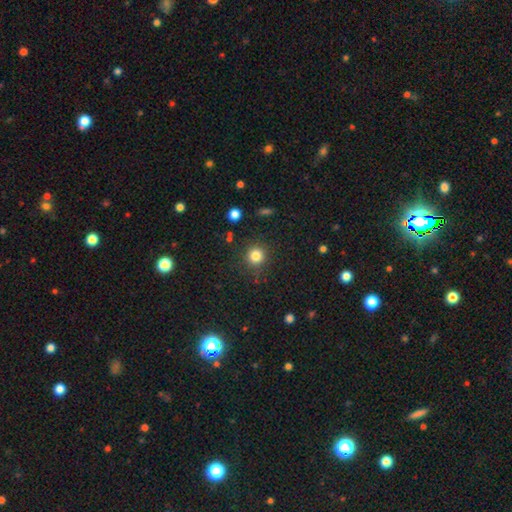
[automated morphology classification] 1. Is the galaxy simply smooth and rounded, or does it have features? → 82% smooth, 13% star or artifact, 5% featured or disk.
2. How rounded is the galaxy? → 93% round, 6% in between, 1% cigar-shaped.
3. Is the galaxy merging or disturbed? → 87% none, 8% minor disturbance, 3% major disturbance, 2% merger.